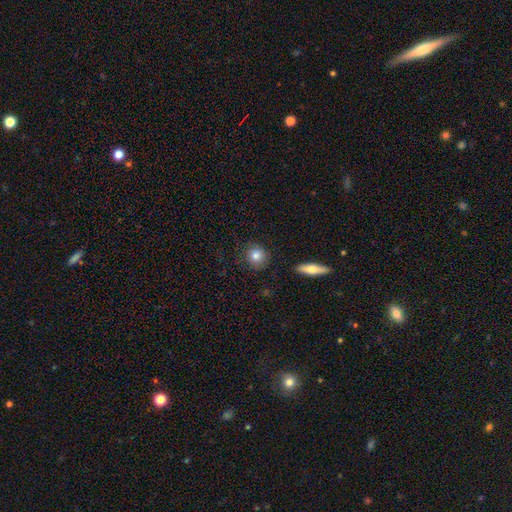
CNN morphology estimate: smooth_or_featured: smooth (p=0.83) [alt: featured or disk p=0.09]
how_rounded: round (p=0.86) [alt: in between p=0.12]
merging: none (p=0.86) [alt: minor disturbance p=0.10]